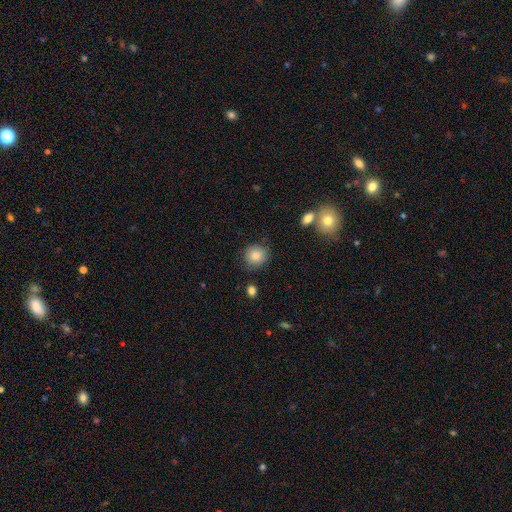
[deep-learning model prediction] The model was most divided on "merging": none: 80%, minor disturbance: 14%, major disturbance: 3%, merger: 2%. More confident: how rounded — round (89%); smooth or featured — smooth (84%).